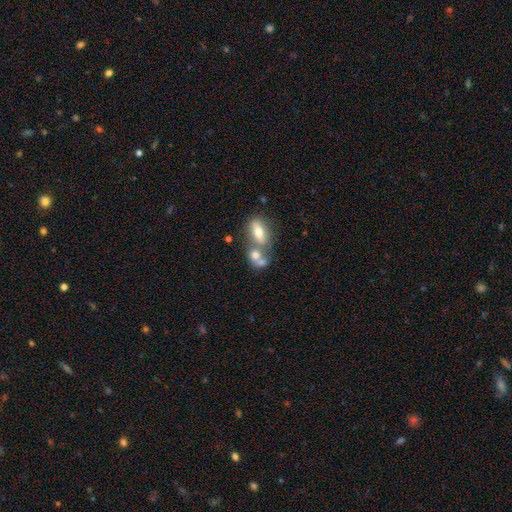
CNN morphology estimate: This appears to be a smooth galaxy with no disk features (66%) that is in between round and cigar-shaped (62%). Merging: merger (60%).